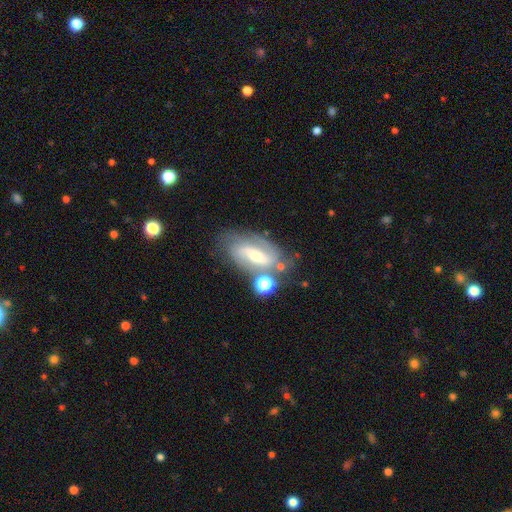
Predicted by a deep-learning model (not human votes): Smooth or featured? featured or disk (69%)
Edge-on disk? no (87%)
Bar? weak (41%)
Spiral arms? yes (82%)
Bulge size? moderate (51%)
Merging? none (63%)